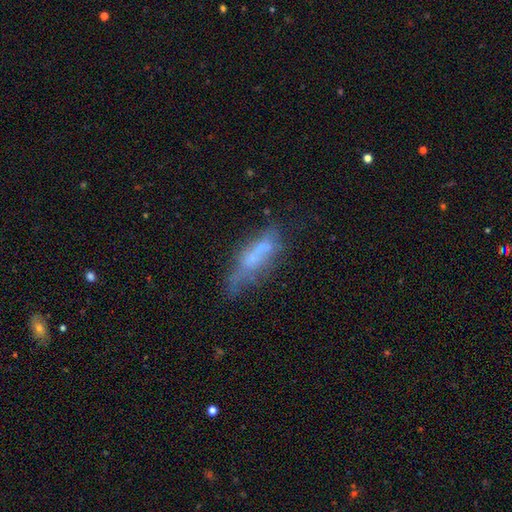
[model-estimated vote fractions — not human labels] The model was most divided on "smooth or featured": smooth: 45%, featured or disk: 43%, star or artifact: 12%. Remaining: merging — none (37%).